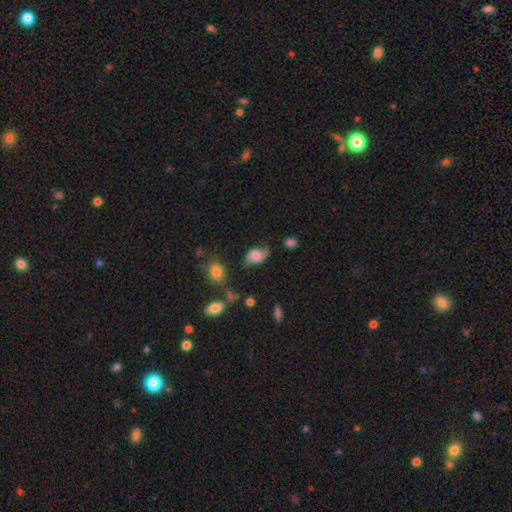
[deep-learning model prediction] A smooth galaxy with no disk features (46%).

Vote fractions:
- Smooth or featured? smooth: 46% / featured or disk: 44% / star or artifact: 10%
- Merging? none: 48% / minor disturbance: 29% / major disturbance: 18% / merger: 5%